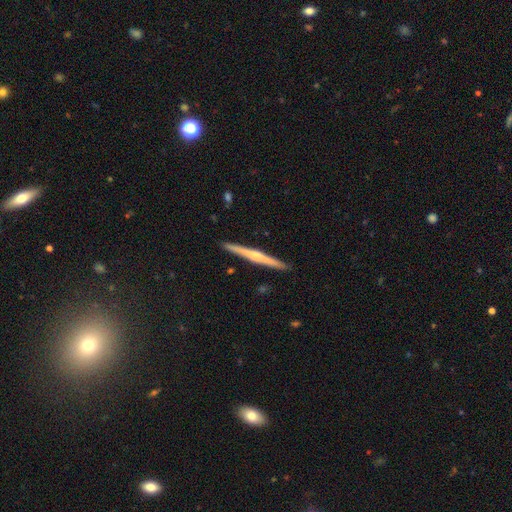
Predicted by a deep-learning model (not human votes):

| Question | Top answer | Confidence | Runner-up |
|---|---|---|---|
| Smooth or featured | featured or disk | 63% | smooth (31%) |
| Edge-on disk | yes | 98% | no (2%) |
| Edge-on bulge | rounded | 63% | none (29%) |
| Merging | none | 92% | minor disturbance (6%) |